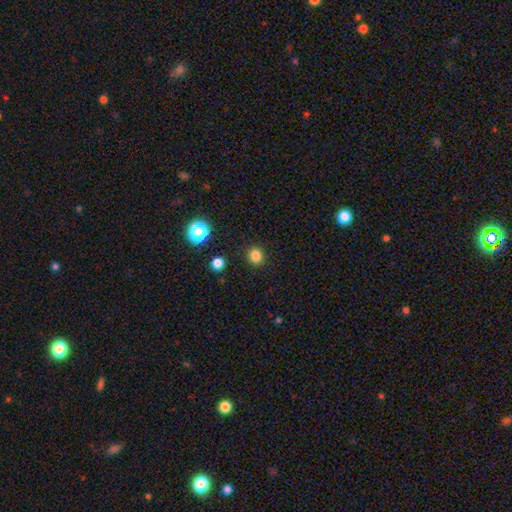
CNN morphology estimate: A smooth galaxy with no disk features (83%) that is round (78%).

Vote fractions:
- Smooth or featured? smooth: 83% / star or artifact: 13% / featured or disk: 4%
- How rounded? round: 78% / in between: 21% / cigar-shaped: 1%
- Merging? none: 91% / minor disturbance: 6% / major disturbance: 2% / merger: 1%